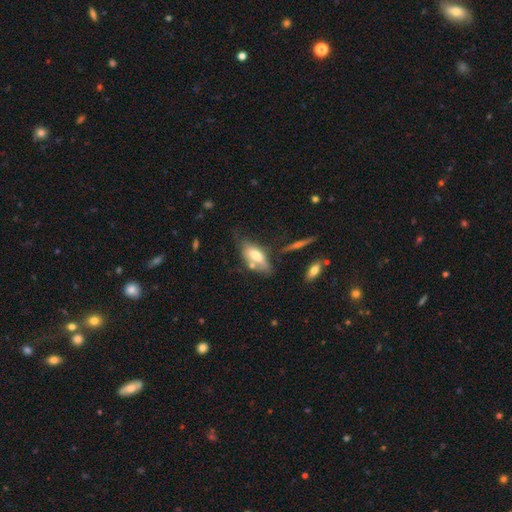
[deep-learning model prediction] smooth_or_featured: smooth (p=0.64) [alt: featured or disk p=0.28]
how_rounded: in between (p=0.84) [alt: cigar-shaped p=0.13]
merging: none (p=0.43) [alt: minor disturbance p=0.28]